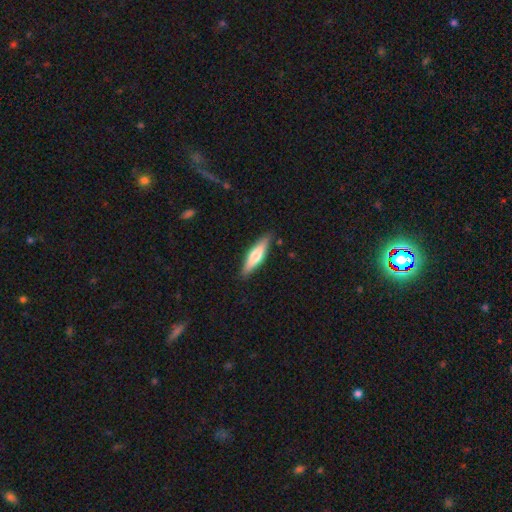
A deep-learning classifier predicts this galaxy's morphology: Q: Smooth or featured?
A: smooth (55%); runner-up: featured or disk (39%)
Q: How rounded?
A: cigar-shaped (71%); runner-up: in between (27%)
Q: Merging?
A: none (87%); runner-up: minor disturbance (10%)